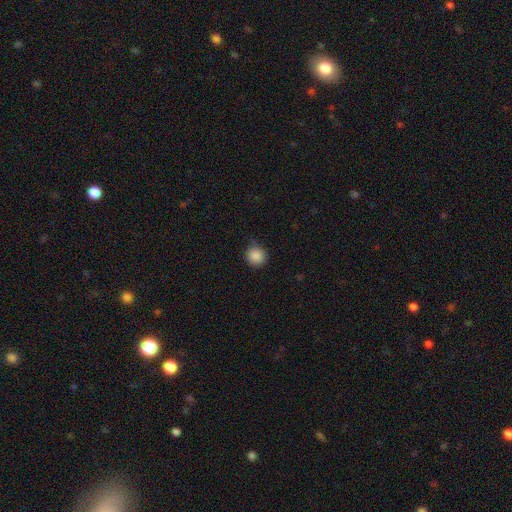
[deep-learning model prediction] smooth_or_featured: smooth (p=0.87) [alt: star or artifact p=0.10]
how_rounded: round (p=0.93) [alt: in between p=0.06]
merging: none (p=0.76) [alt: minor disturbance p=0.19]